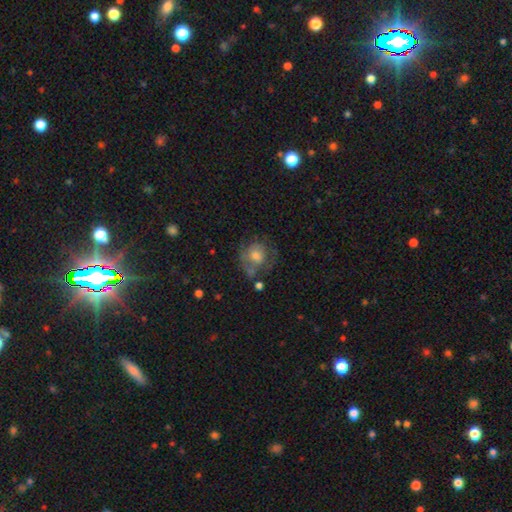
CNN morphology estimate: type=smooth (44%, tied with featured or disk); merging=none (55%).